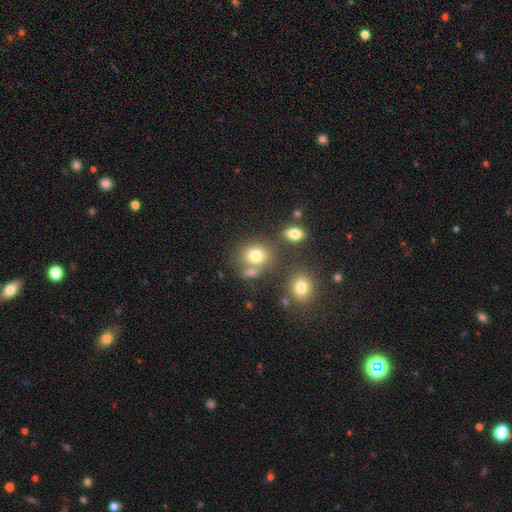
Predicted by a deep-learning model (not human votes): Smooth or featured? Predicted: smooth (p=0.76). How rounded? Predicted: round (p=0.60). Merging? Predicted: none (p=0.58).